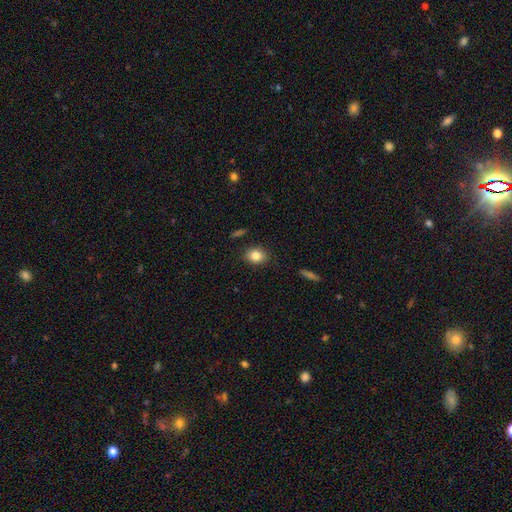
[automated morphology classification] type=smooth (83%); roundness=round (52%); merging=none (86%).